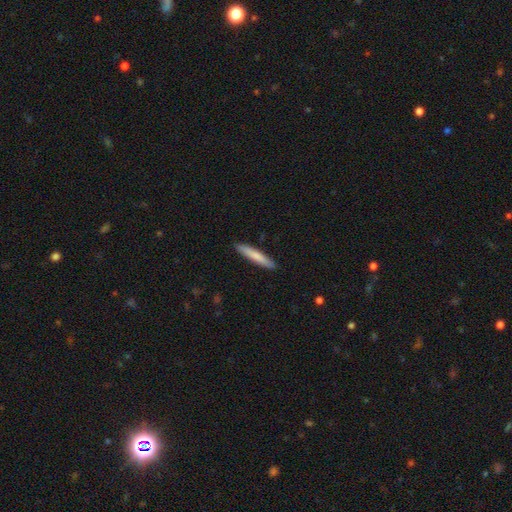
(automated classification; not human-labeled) This is likely a smooth galaxy (75%). How rounded: clearly cigar-shaped (94%). Merging: clearly none (91%).